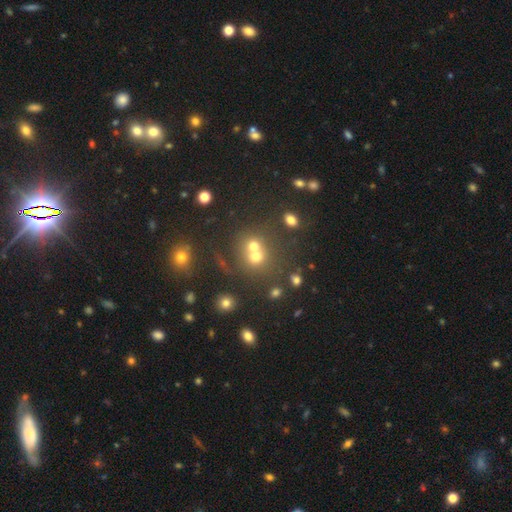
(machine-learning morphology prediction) smooth-or-featured: smooth: 61% | star or artifact: 21% | featured or disk: 18%
  how-rounded: round: 80% | in between: 19% | cigar-shaped: 1%
  merging: merger: 50% | none: 38% | minor disturbance: 7% | major disturbance: 5%